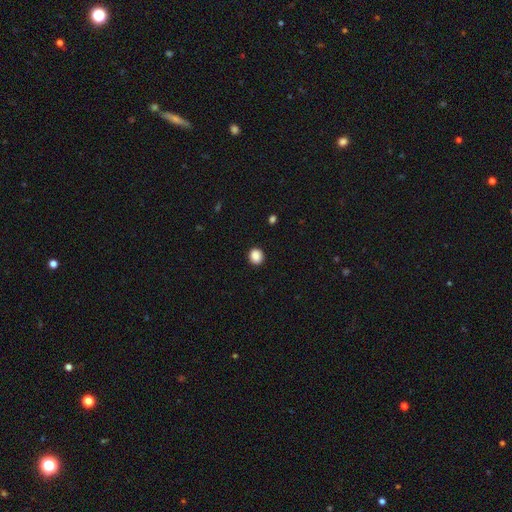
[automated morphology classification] Smooth or featured: smooth — 88% (star or artifact — 9%)
How rounded: round — 79% (in between — 20%)
Merging: none — 91% (minor disturbance — 6%)